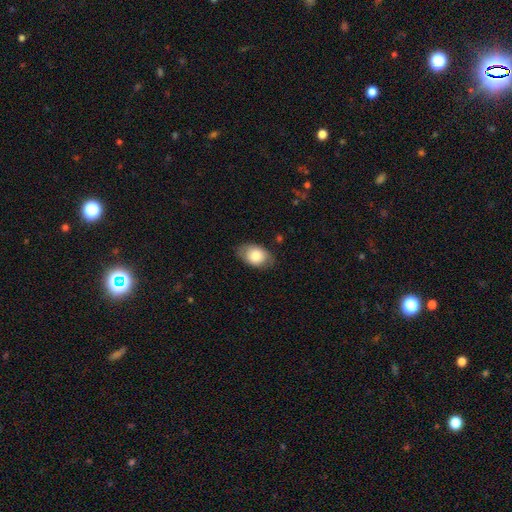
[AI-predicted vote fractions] This is likely a smooth galaxy (78%). How rounded: clearly in between (85%). Merging: likely none (78%).